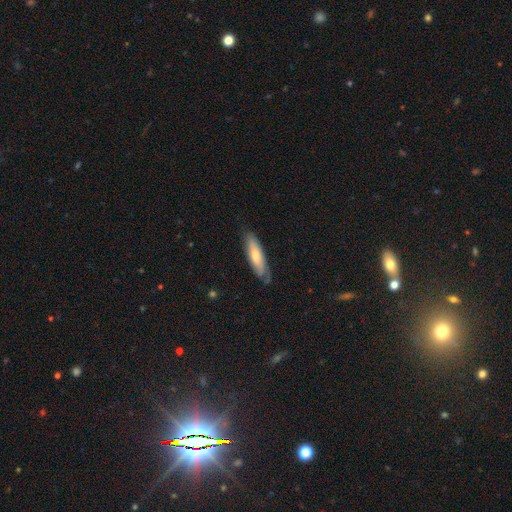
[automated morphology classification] smooth 61%, featured or disk 34%, star or artifact 5%. Down the decision tree: how rounded — cigar-shaped (60%); merging — none (68%).